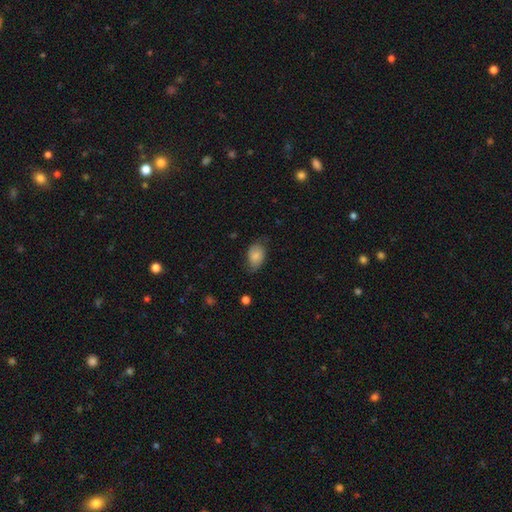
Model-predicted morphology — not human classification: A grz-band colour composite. It shows a smooth galaxy with no disk features (79%) that is in between round and cigar-shaped (86%). Merging: none (62%).